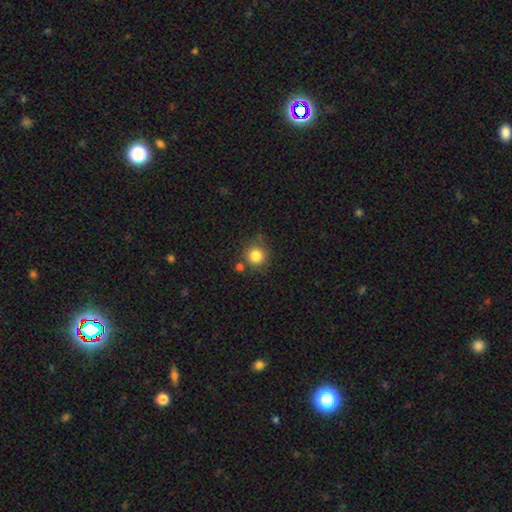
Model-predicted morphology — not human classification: smooth 83%, star or artifact 11%, featured or disk 6%. Down the decision tree: how rounded — round (93%); merging — none (77%).